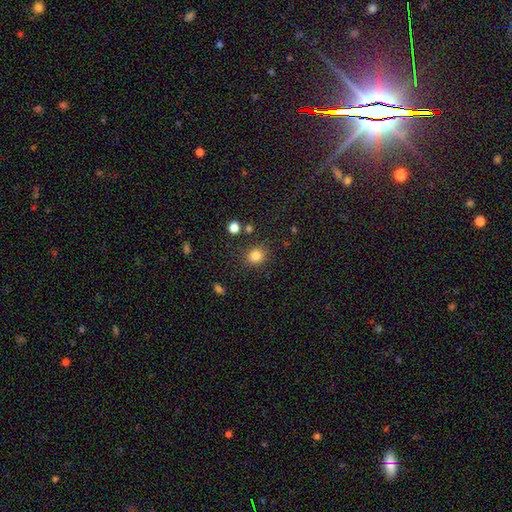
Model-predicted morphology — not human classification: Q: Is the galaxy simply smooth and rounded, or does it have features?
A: smooth — 82%.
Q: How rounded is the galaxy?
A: round — 79%.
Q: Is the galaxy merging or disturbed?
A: none — 84%.